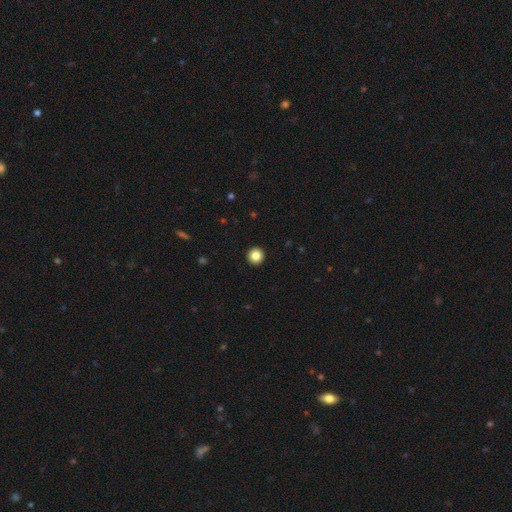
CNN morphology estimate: A smooth galaxy with no disk features (85%) that is round (96%).

Vote fractions:
- Smooth or featured? smooth: 85% / star or artifact: 10% / featured or disk: 5%
- How rounded? round: 96% / in between: 3% / cigar-shaped: 1%
- Merging? none: 94% / minor disturbance: 4% / major disturbance: 1% / merger: 1%